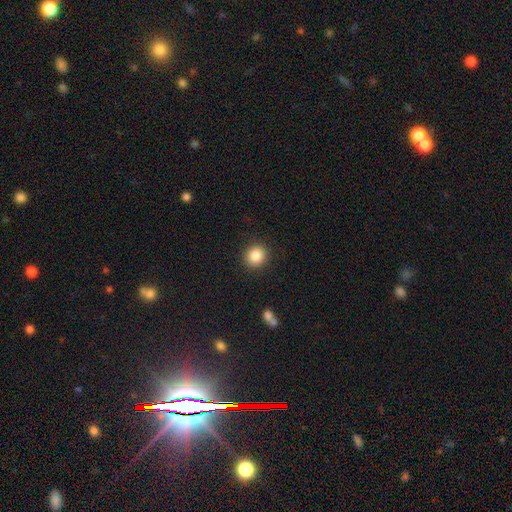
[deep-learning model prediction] Smooth or featured?
  - smooth: 85% *
  - star or artifact: 10%
  - featured or disk: 5%
How rounded?
  - round: 88% *
  - in between: 11%
  - cigar-shaped: 1%
Merging?
  - none: 91% *
  - minor disturbance: 6%
  - major disturbance: 2%
  - merger: 1%